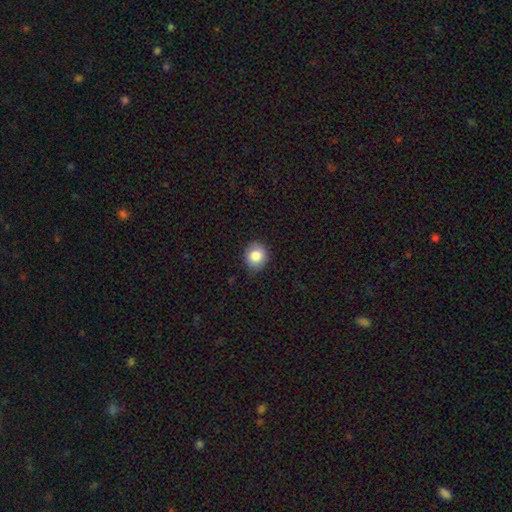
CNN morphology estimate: smooth_or_featured: smooth (p=0.84) [alt: star or artifact p=0.09]
how_rounded: round (p=0.75) [alt: in between p=0.25]
merging: none (p=0.82) [alt: minor disturbance p=0.14]